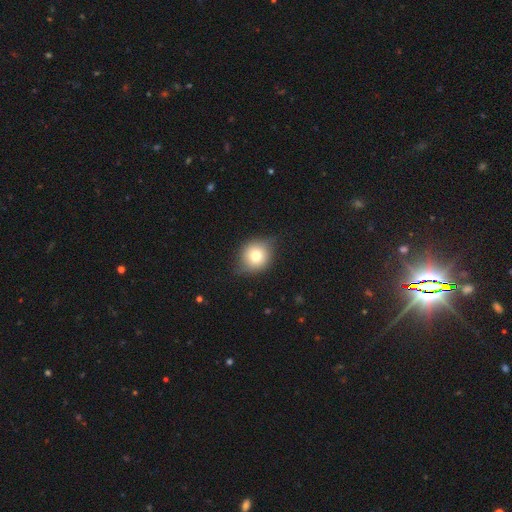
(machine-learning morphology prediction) A smooth galaxy with no disk features (69%) that is round (80%). Merging: none (72%).